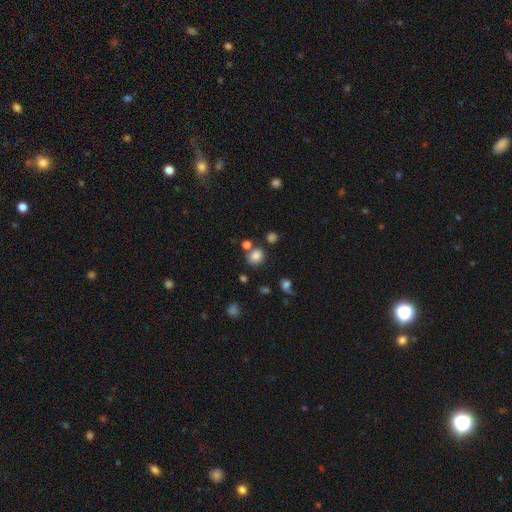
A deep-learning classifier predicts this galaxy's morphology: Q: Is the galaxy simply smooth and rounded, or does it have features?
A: smooth — 81%.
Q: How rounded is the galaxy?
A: round — 71%.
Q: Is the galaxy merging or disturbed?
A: none — 70%.